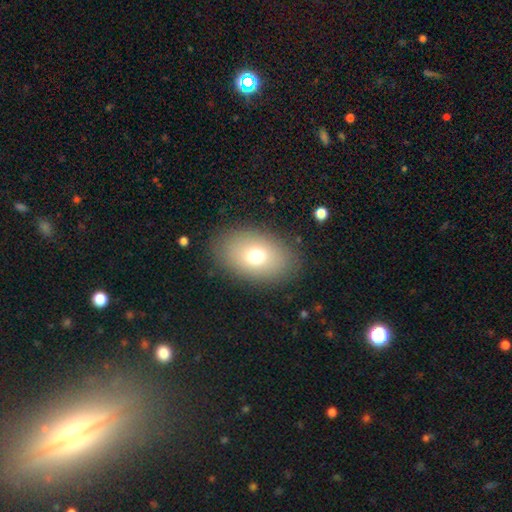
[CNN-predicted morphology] Smooth or featured? smooth (72%)
How rounded? in between (83%)
Merging? none (85%)